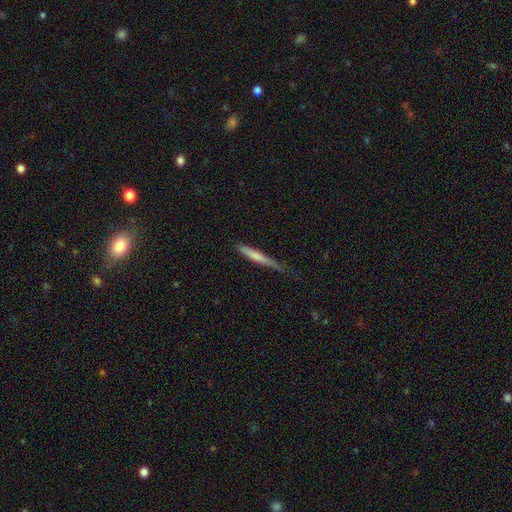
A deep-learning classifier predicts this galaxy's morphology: Smooth or featured? smooth (66%)
How rounded? cigar-shaped (94%)
Merging? none (60%)